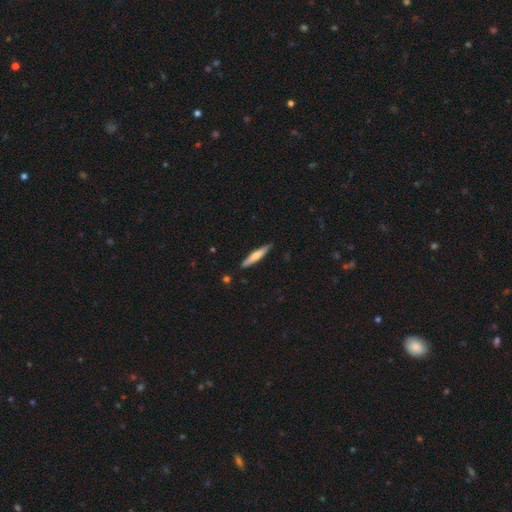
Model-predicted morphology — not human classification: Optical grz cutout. It shows a smooth galaxy with no disk features (59%) that is cigar-shaped (91%). Merging: none (88%).